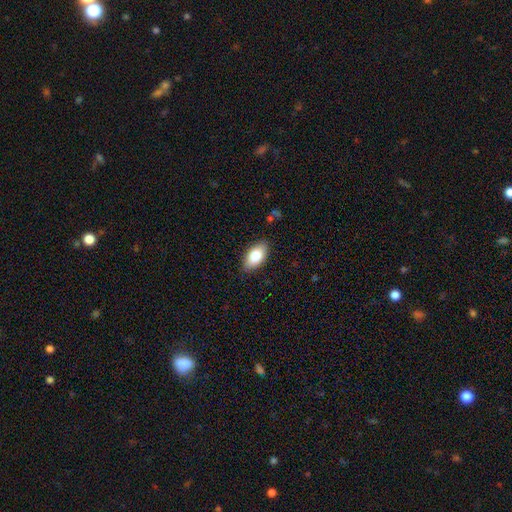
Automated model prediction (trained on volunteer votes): Smooth or featured?
  - smooth: 80% *
  - featured or disk: 14%
  - star or artifact: 7%
How rounded?
  - in between: 93% *
  - round: 4%
  - cigar-shaped: 3%
Merging?
  - none: 85% *
  - minor disturbance: 11%
  - major disturbance: 2%
  - merger: 1%